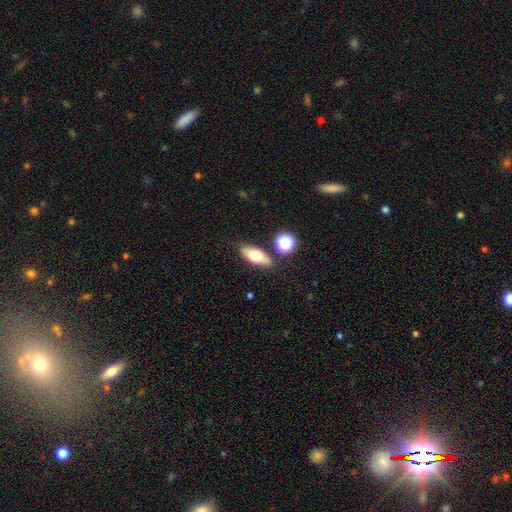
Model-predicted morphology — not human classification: Smooth or featured?
  - smooth: 70% *
  - featured or disk: 21%
  - star or artifact: 9%
How rounded?
  - in between: 77% *
  - cigar-shaped: 18%
  - round: 6%
Merging?
  - none: 80% *
  - minor disturbance: 11%
  - merger: 6%
  - major disturbance: 3%